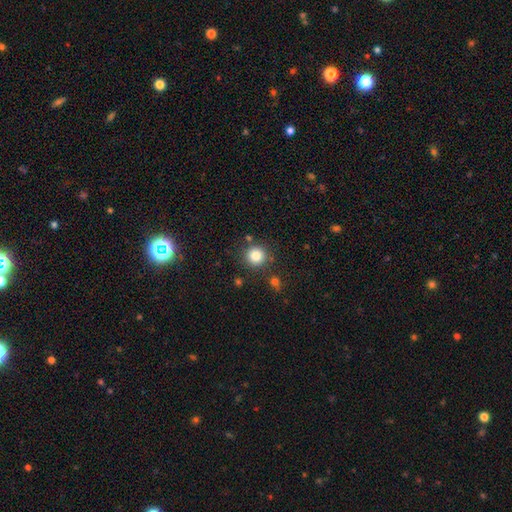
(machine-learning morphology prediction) smooth 83%, star or artifact 11%, featured or disk 6%. Down the decision tree: how rounded — round (93%); merging — none (84%).